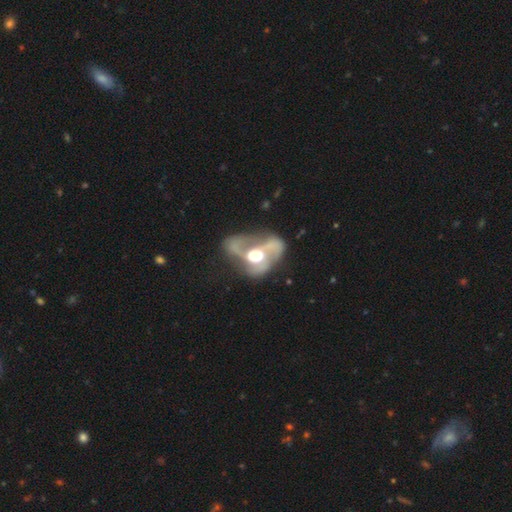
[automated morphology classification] Q: Smooth or featured?
A: featured or disk (79%); runner-up: smooth (13%)
Q: Edge-on disk?
A: no (96%); runner-up: yes (4%)
Q: Bar?
A: no (60%); runner-up: weak (27%)
Q: Spiral arms?
A: yes (78%); runner-up: no (22%)
Q: Spiral winding?
A: loose (49%); runner-up: medium (39%)
Q: Spiral arm count?
A: 2 (64%); runner-up: 3 (13%)
Q: Bulge size?
A: moderate (51%); runner-up: large (40%)
Q: Merging?
A: major disturbance (37%); runner-up: none (35%)